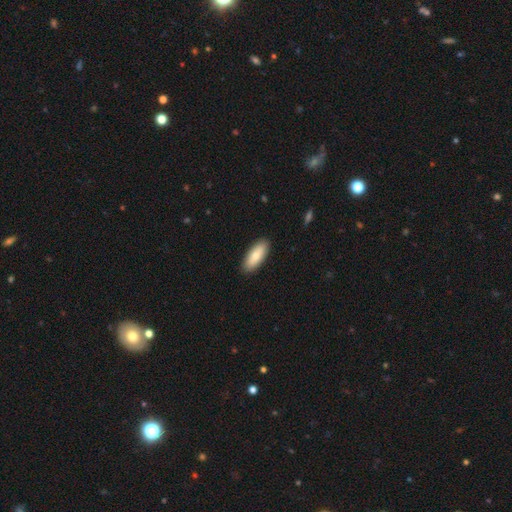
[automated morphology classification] Smooth or featured? smooth (82%)
How rounded? in between (80%)
Merging? none (90%)